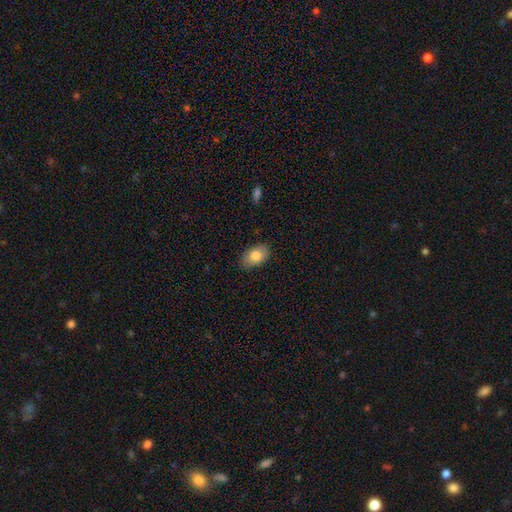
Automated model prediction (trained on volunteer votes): Smooth or featured: smooth — 81% (featured or disk — 12%)
How rounded: in between — 90% (round — 8%)
Merging: none — 84% (minor disturbance — 13%)